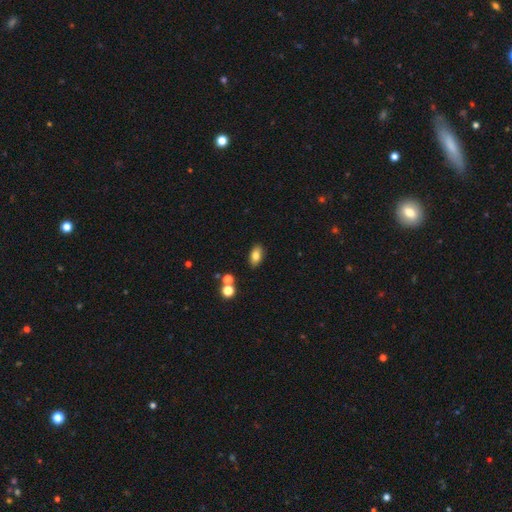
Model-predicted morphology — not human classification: type=smooth (79%); roundness=in between (89%); merging=none (85%).